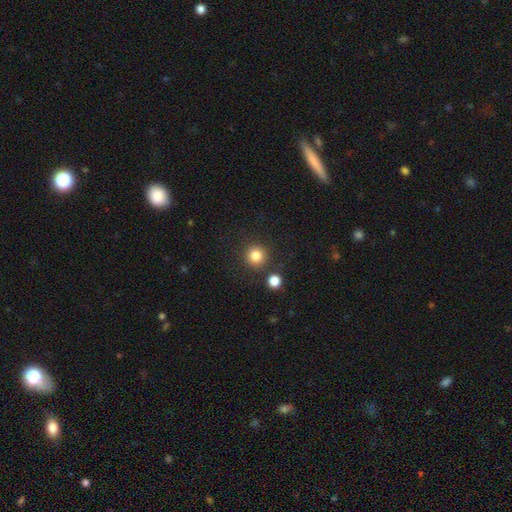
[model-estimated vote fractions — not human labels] smooth 83%, star or artifact 12%, featured or disk 5%. Down the decision tree: how rounded — round (94%); merging — none (86%).